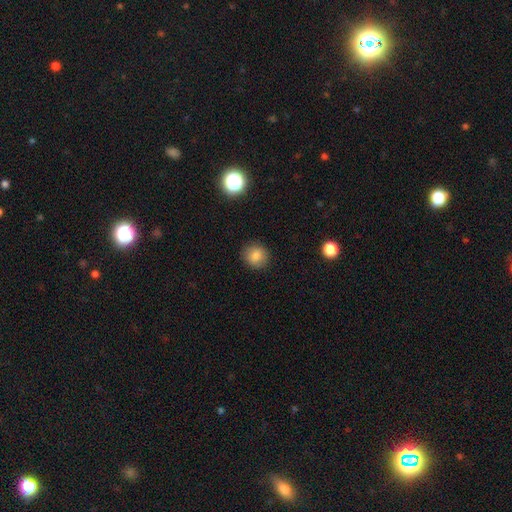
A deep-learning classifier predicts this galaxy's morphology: Smooth or featured? Predicted: smooth (p=0.83). How rounded? Predicted: round (p=0.89). Merging? Predicted: none (p=0.90).